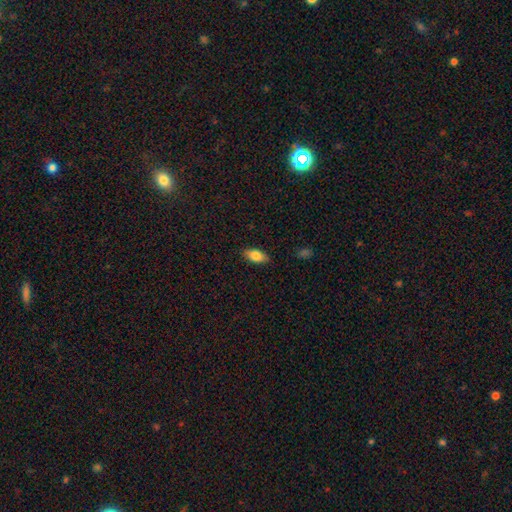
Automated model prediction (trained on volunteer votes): Overall: smooth (83%). How rounded: in between (90%). Merging: none (86%).